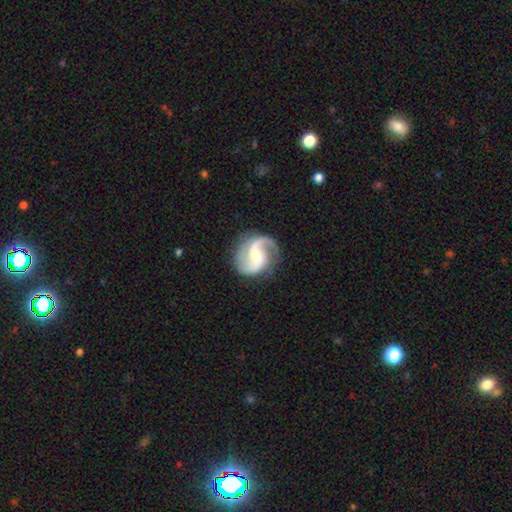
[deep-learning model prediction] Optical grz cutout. It shows a featured or disk galaxy (90%) with a weak bar (47%), 2 (92%) medium (48%) spiral arms (98%) and a small central bulge (40%). Merging: none (80%).